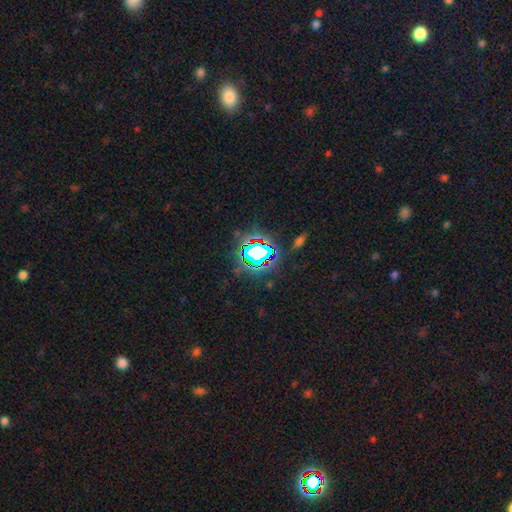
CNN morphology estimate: Smooth or featured? star or artifact (69%)